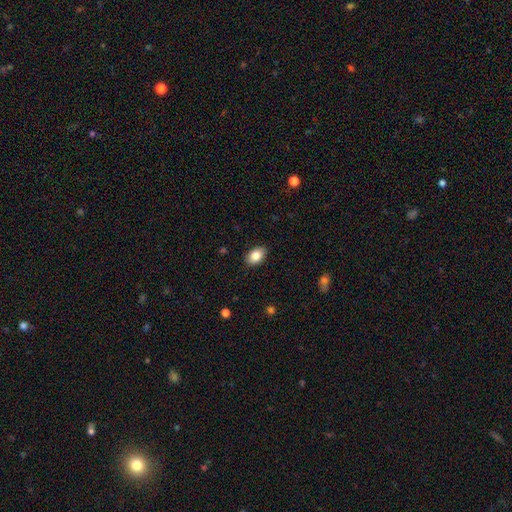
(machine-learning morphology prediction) This appears to be a smooth galaxy with no disk features (85%) that is in between round and cigar-shaped (88%). Merging: none (88%).